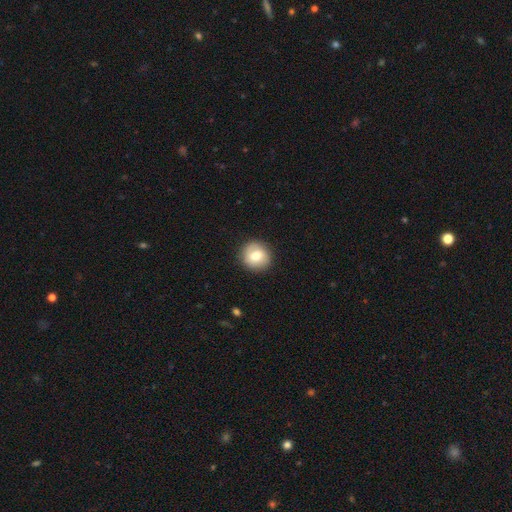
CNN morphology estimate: Smooth or featured: smooth — 72% (featured or disk — 20%)
How rounded: round — 91% (in between — 8%)
Merging: none — 88% (minor disturbance — 8%)